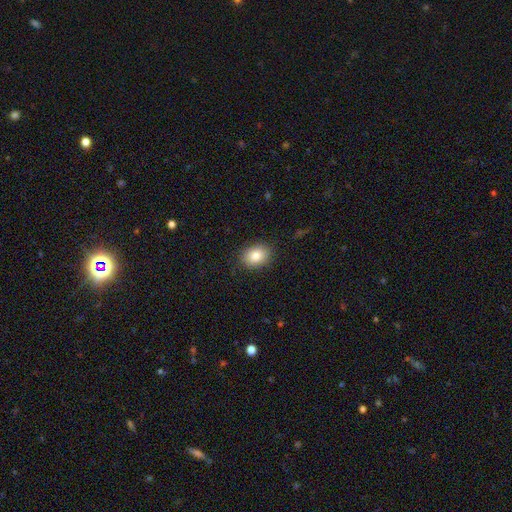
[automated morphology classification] Q: Smooth or featured?
A: smooth (84%); runner-up: star or artifact (9%)
Q: How rounded?
A: in between (64%); runner-up: round (35%)
Q: Merging?
A: none (88%); runner-up: minor disturbance (9%)